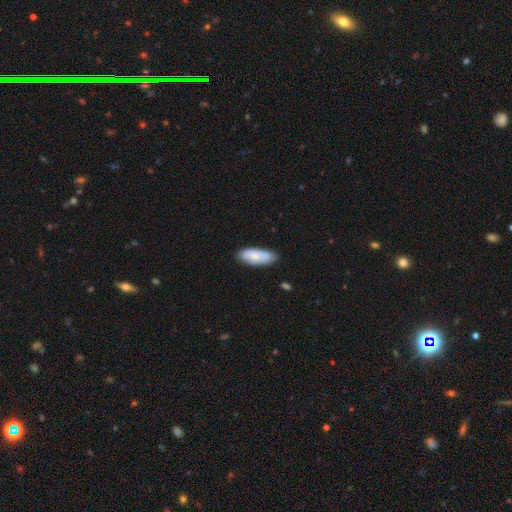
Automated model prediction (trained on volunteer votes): A smooth galaxy with no disk features (74%) that is in between round and cigar-shaped (78%). Merging: none (76%).